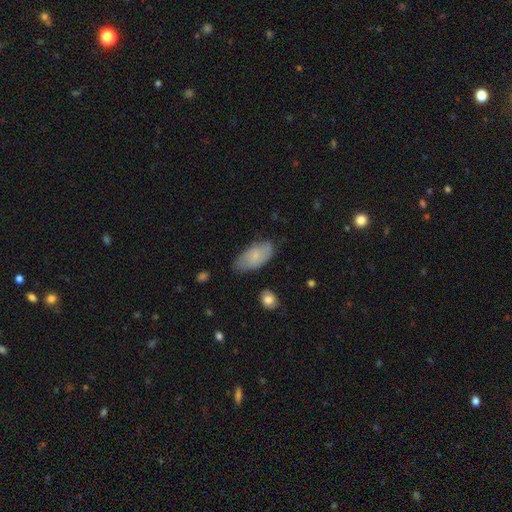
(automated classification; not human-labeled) A smooth galaxy with no disk features (70%) that is in between round and cigar-shaped (93%). Merging: none (67%).